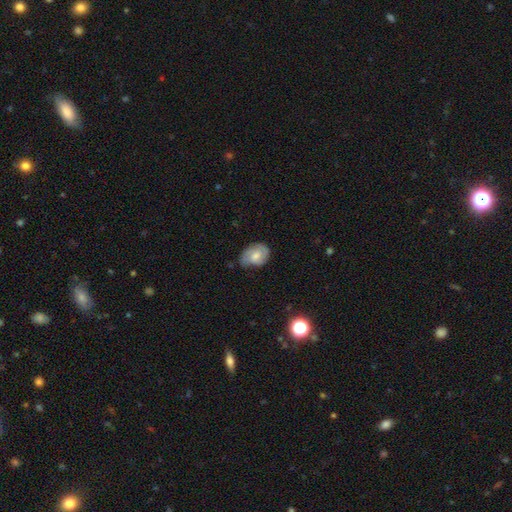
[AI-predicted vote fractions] smooth 51%, featured or disk 42%, star or artifact 7%. Down the decision tree: how rounded — in between (64%); merging — none (48%).